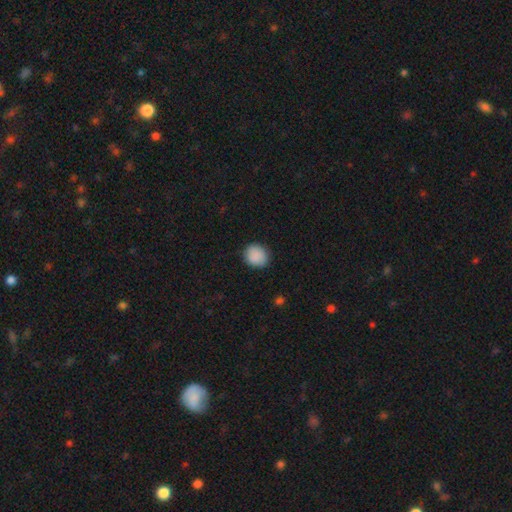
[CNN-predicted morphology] Smooth or featured?
  - smooth: 89% *
  - star or artifact: 8%
  - featured or disk: 3%
How rounded?
  - round: 75% *
  - in between: 24%
  - cigar-shaped: 1%
Merging?
  - none: 86% *
  - minor disturbance: 11%
  - major disturbance: 3%
  - merger: 1%